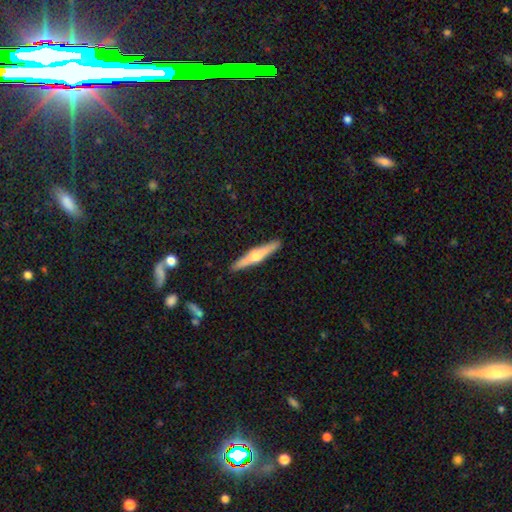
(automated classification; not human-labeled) Smooth or featured? Predicted: featured or disk (p=0.64). Edge-on disk? Predicted: yes (p=0.97). Edge-on bulge? Predicted: rounded (p=0.93). Merging? Predicted: none (p=0.92).